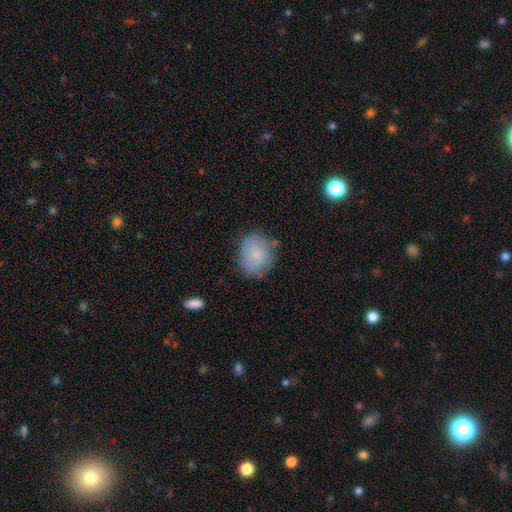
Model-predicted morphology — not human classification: This is likely a smooth galaxy (78%). How rounded: possibly round (55%). Merging: likely none (66%).